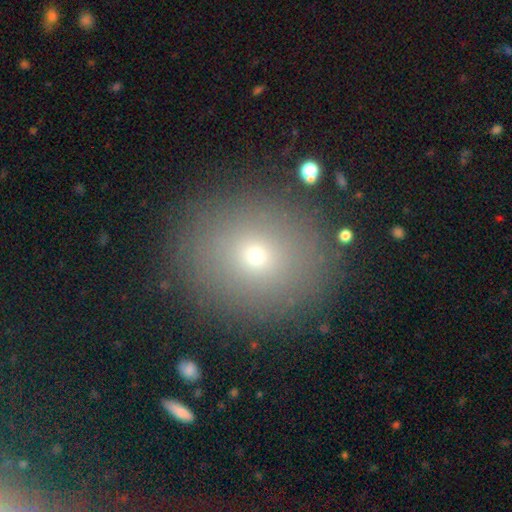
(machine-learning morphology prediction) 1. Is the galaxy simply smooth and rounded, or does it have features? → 68% smooth, 20% star or artifact, 13% featured or disk.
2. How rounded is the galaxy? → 69% round, 30% in between, 2% cigar-shaped.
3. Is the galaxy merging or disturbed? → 84% none, 10% minor disturbance, 4% major disturbance, 2% merger.